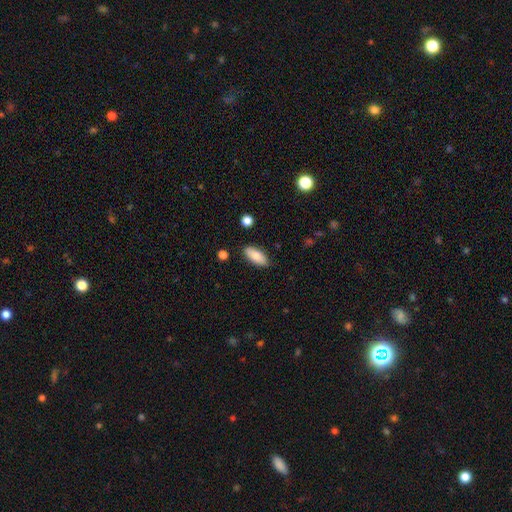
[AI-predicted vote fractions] Smooth or featured? smooth (79%)
How rounded? in between (84%)
Merging? none (86%)